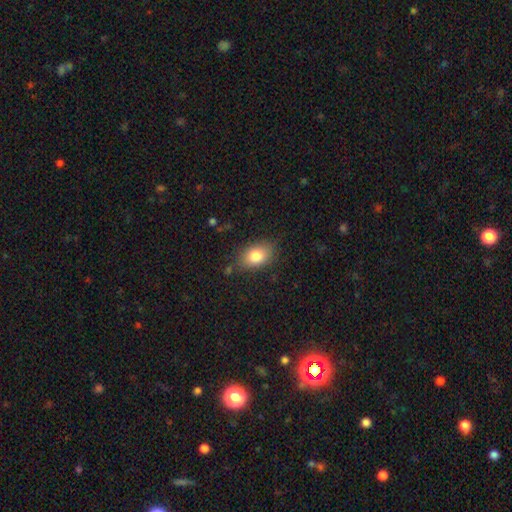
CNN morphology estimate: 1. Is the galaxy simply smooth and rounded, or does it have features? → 81% smooth, 10% featured or disk, 8% star or artifact.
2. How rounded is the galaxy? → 84% in between, 14% round, 2% cigar-shaped.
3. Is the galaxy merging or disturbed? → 79% none, 15% minor disturbance, 4% major disturbance, 2% merger.